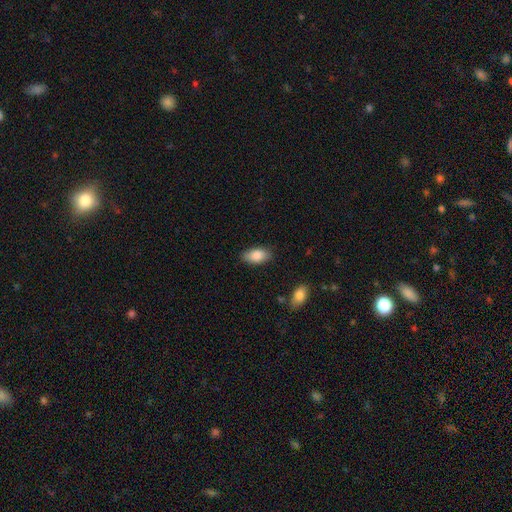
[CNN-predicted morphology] smooth 86%, featured or disk 7%, star or artifact 7%. Down the decision tree: how rounded — in between (92%); merging — none (84%).